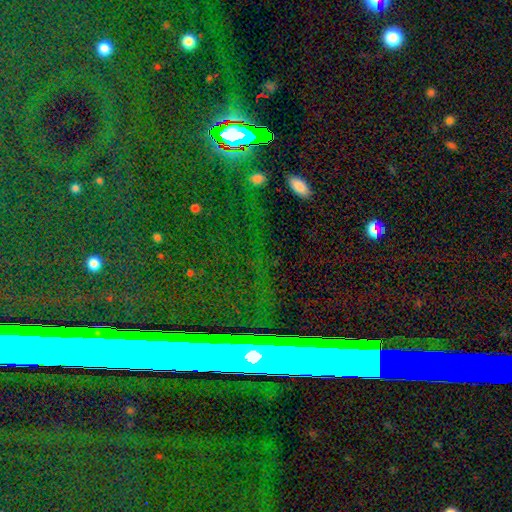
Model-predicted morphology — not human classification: Smooth or featured? Predicted: star or artifact (p=0.76).